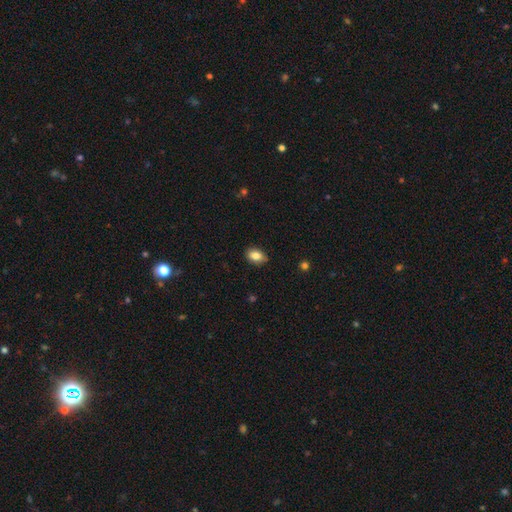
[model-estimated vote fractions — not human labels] A smooth galaxy with no disk features (84%) that is in between round and cigar-shaped (82%). Merging: none (86%).